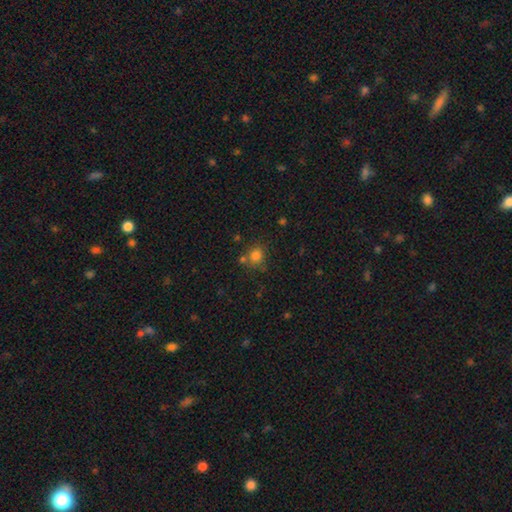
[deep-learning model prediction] A smooth galaxy with no disk features (80%) that is round (85%).

Vote fractions:
- Smooth or featured? smooth: 80% / star or artifact: 14% / featured or disk: 6%
- How rounded? round: 85% / in between: 14% / cigar-shaped: 1%
- Merging? none: 68% / merger: 15% / minor disturbance: 12% / major disturbance: 5%